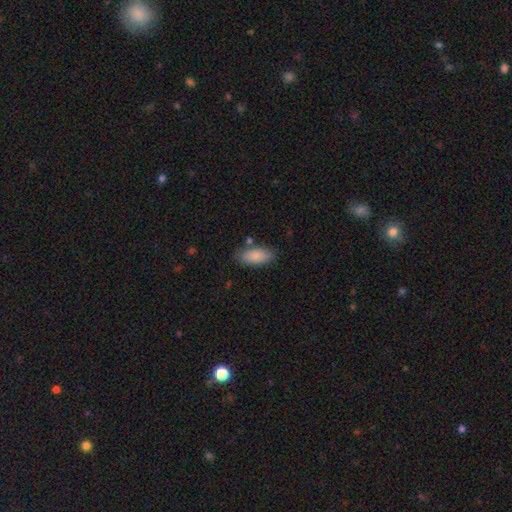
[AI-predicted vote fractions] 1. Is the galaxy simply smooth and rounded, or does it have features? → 84% smooth, 10% featured or disk, 6% star or artifact.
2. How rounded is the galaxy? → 89% in between, 9% cigar-shaped, 2% round.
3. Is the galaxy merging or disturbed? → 76% none, 16% minor disturbance, 5% merger, 3% major disturbance.